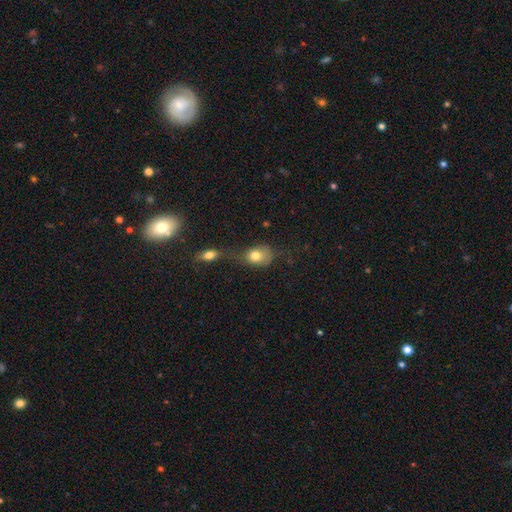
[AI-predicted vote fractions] A smooth galaxy with no disk features (79%) that is in between round and cigar-shaped (59%).

Vote fractions:
- Smooth or featured? smooth: 79% / featured or disk: 12% / star or artifact: 9%
- How rounded? in between: 59% / round: 39% / cigar-shaped: 2%
- Merging? merger: 42% / none: 25% / major disturbance: 16% / minor disturbance: 16%